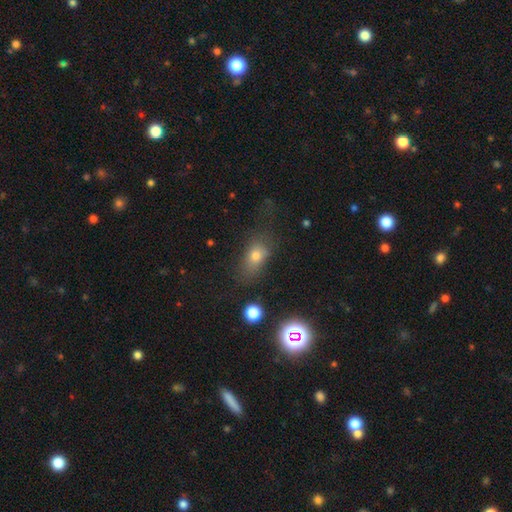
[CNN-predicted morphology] Smooth or featured?
  - smooth: 71% *
  - star or artifact: 16%
  - featured or disk: 13%
How rounded?
  - in between: 72% *
  - round: 23%
  - cigar-shaped: 6%
Merging?
  - none: 58% *
  - minor disturbance: 23%
  - major disturbance: 16%
  - merger: 3%